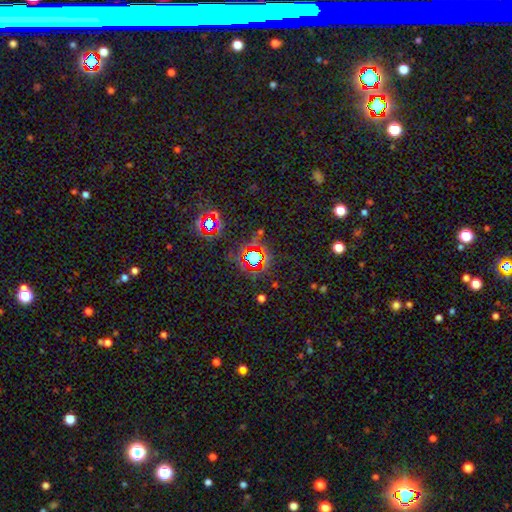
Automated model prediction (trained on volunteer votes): Smooth or featured?
  - star or artifact: 73% *
  - smooth: 17%
  - featured or disk: 10%